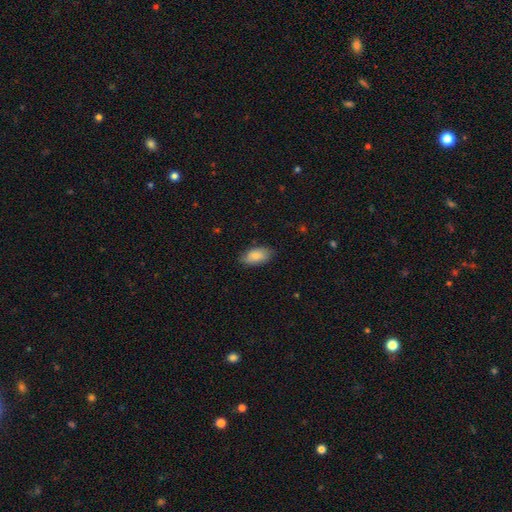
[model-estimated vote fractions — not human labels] The model was most divided on "merging": none: 81%, minor disturbance: 15%, major disturbance: 3%, merger: 1%. More confident: how rounded — in between (93%); smooth or featured — smooth (85%).